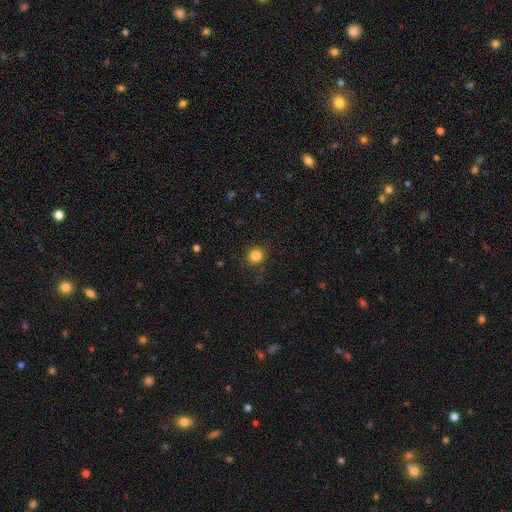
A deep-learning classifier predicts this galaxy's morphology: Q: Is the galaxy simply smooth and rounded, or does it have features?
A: smooth — 83%.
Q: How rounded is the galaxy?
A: round — 85%.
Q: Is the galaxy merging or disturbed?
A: none — 87%.